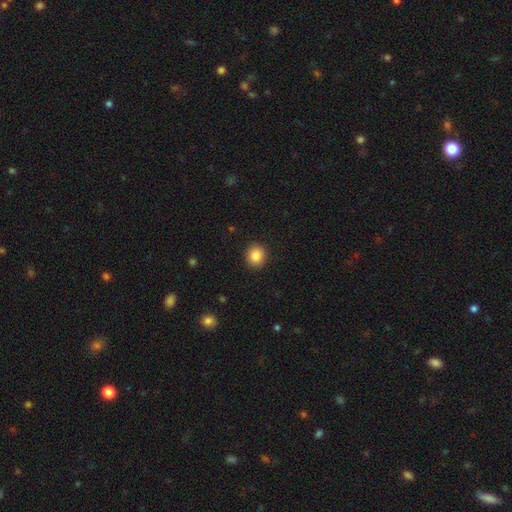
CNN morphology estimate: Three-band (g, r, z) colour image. It shows a smooth galaxy with no disk features (86%) that is round (85%). Merging: none (92%).